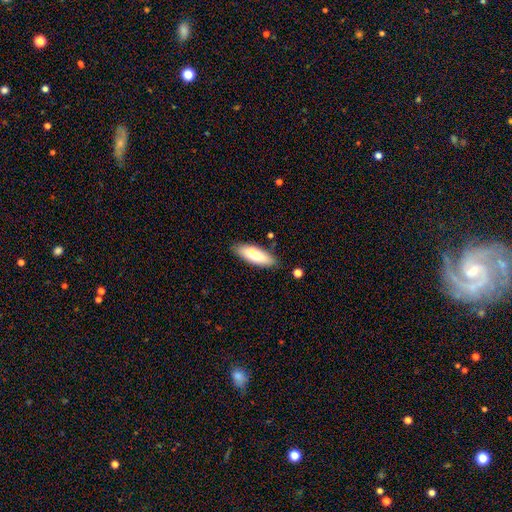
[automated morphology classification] A smooth galaxy with no disk features (67%) that is in between round and cigar-shaped (62%). Merging: none (75%).